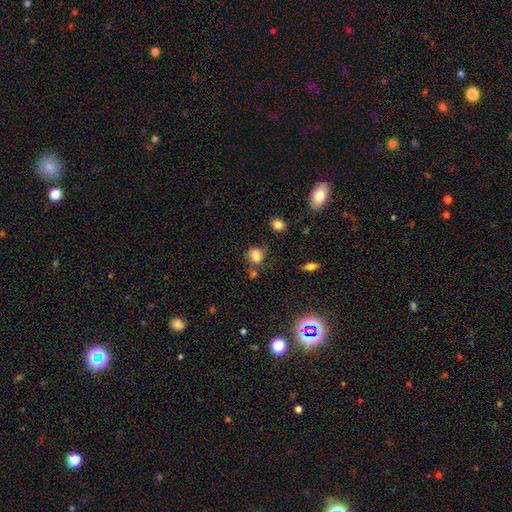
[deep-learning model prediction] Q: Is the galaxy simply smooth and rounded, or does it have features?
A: smooth — 77%.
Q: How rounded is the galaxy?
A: round — 56%.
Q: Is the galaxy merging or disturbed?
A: none — 61%.